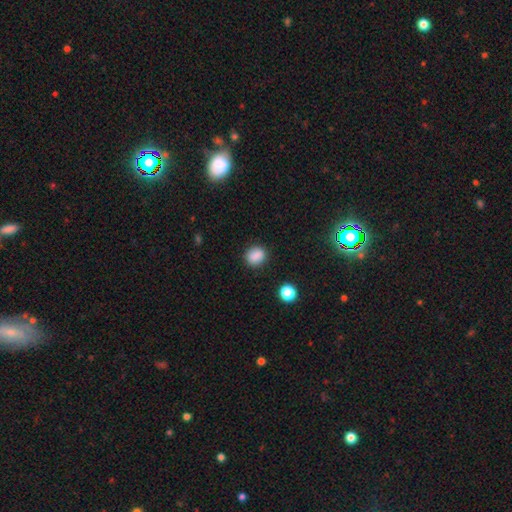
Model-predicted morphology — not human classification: Smooth or featured?
  - smooth: 86% *
  - star or artifact: 10%
  - featured or disk: 4%
How rounded?
  - round: 60% *
  - in between: 39%
  - cigar-shaped: 1%
Merging?
  - none: 85% *
  - minor disturbance: 10%
  - major disturbance: 3%
  - merger: 2%